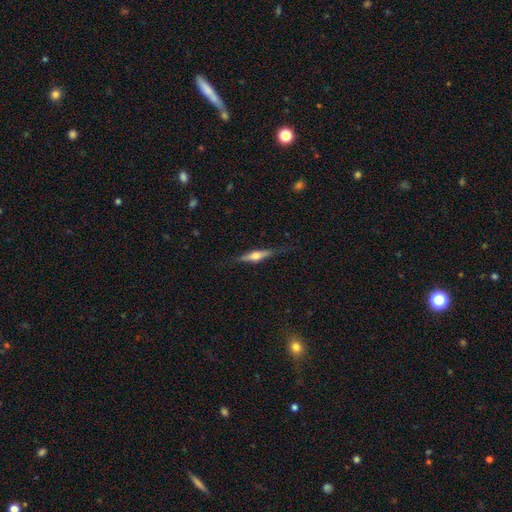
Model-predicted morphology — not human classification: type=featured or disk (63%); edge-on=yes (96%); edge-on bulge=rounded (92%); merging=none (79%).